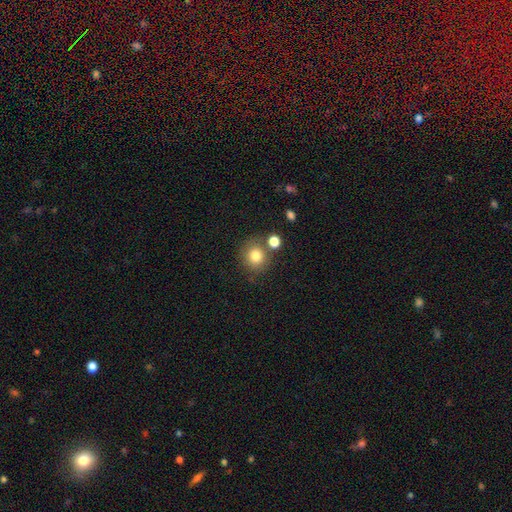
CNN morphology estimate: Q: Smooth or featured?
A: smooth (81%); runner-up: star or artifact (11%)
Q: How rounded?
A: round (86%); runner-up: in between (13%)
Q: Merging?
A: none (72%); runner-up: merger (13%)